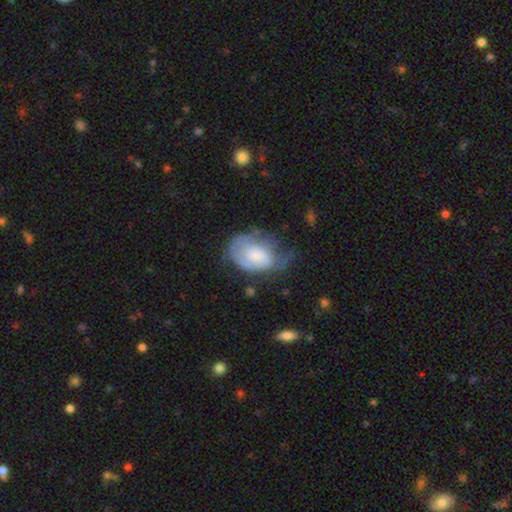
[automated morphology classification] smooth_or_featured: featured or disk (p=0.47) [alt: smooth p=0.46]
merging: minor disturbance (p=0.35) [alt: none p=0.33]